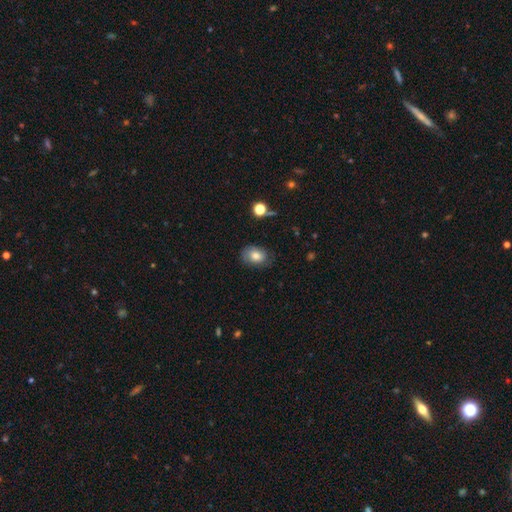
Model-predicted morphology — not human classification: The model was most divided on "smooth or featured": smooth: 69%, featured or disk: 21%, star or artifact: 10%. More confident: merging — none (75%); how rounded — in between (75%).